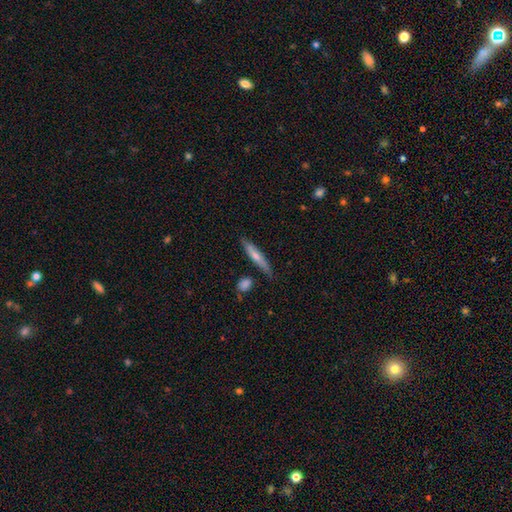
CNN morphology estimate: This appears to be a smooth galaxy with no disk features (57%) that is cigar-shaped (89%). Merging: none (80%).